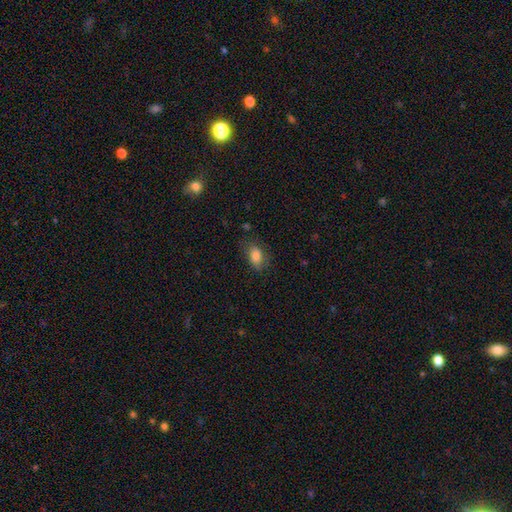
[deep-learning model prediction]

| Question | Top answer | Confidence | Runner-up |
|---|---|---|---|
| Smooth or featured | smooth | 81% | featured or disk (11%) |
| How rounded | in between | 88% | round (10%) |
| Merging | none | 69% | minor disturbance (21%) |